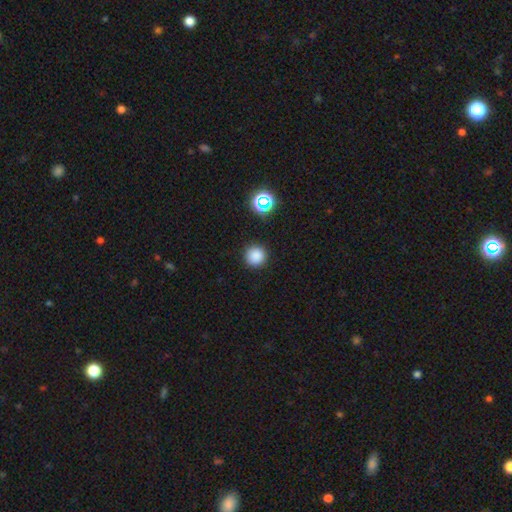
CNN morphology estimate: smooth 82%, star or artifact 14%, featured or disk 4%. Down the decision tree: how rounded — round (96%); merging — none (91%).